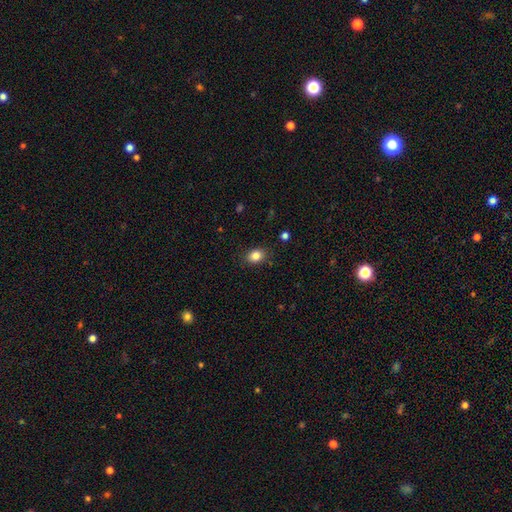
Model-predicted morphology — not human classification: smooth_or_featured: smooth (p=0.85) [alt: star or artifact p=0.10]
how_rounded: in between (p=0.61) [alt: round p=0.38]
merging: none (p=0.86) [alt: minor disturbance p=0.10]